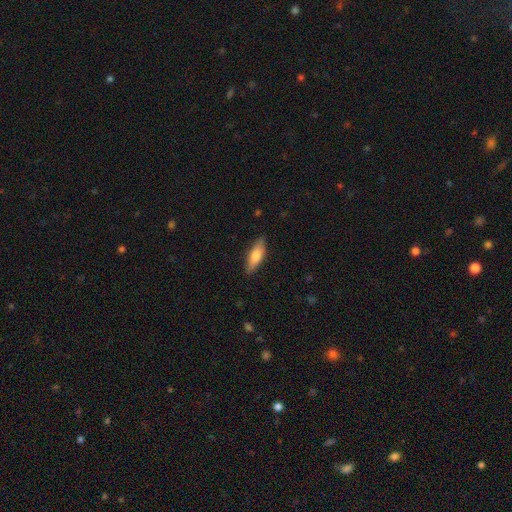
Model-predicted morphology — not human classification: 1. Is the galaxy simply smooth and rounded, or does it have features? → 74% smooth, 20% featured or disk, 6% star or artifact.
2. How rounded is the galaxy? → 57% in between, 41% cigar-shaped, 2% round.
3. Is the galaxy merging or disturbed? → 84% none, 13% minor disturbance, 2% major disturbance, 1% merger.